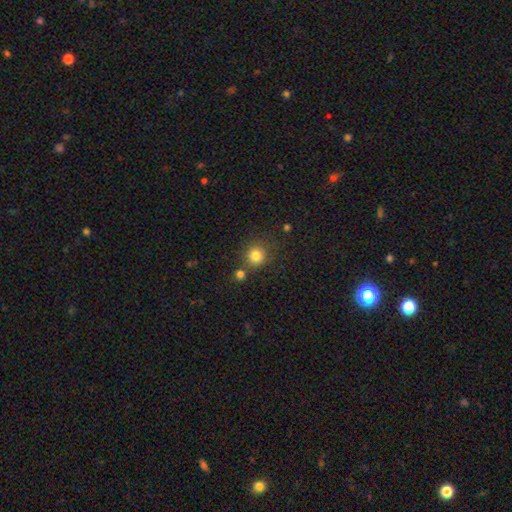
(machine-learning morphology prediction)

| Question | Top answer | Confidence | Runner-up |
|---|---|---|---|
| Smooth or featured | smooth | 82% | star or artifact (12%) |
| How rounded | round | 91% | in between (8%) |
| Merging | none | 75% | merger (12%) |